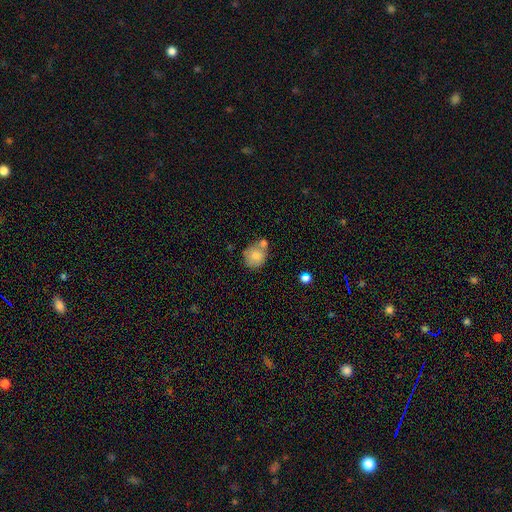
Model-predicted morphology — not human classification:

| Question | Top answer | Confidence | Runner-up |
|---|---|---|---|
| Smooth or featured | smooth | 80% | featured or disk (11%) |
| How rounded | round | 75% | in between (24%) |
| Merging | none | 54% | merger (24%) |